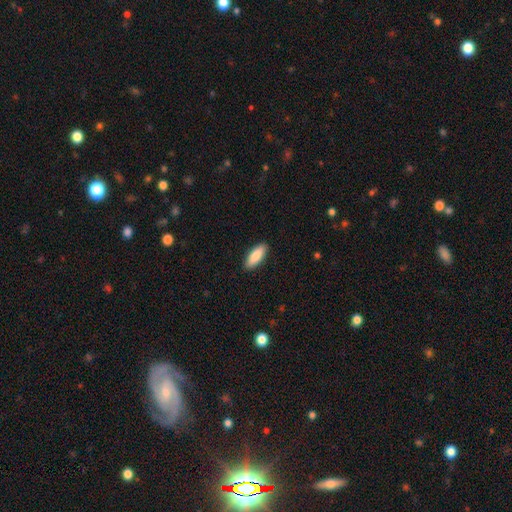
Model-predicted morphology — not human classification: smooth 88%, featured or disk 7%, star or artifact 6%. Down the decision tree: how rounded — in between (72%); merging — none (90%).